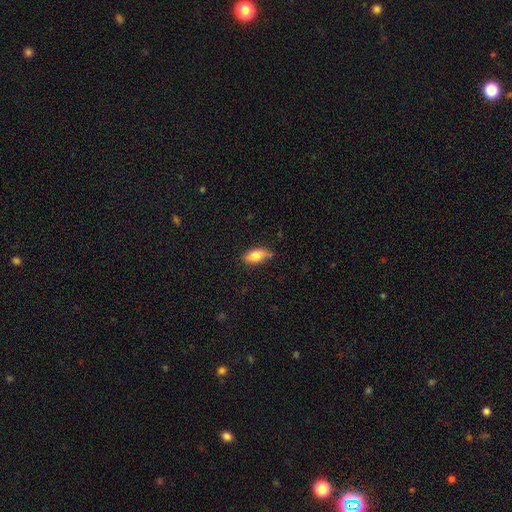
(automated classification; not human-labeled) A smooth galaxy with no disk features (67%) that is in between round and cigar-shaped (78%). Merging: none (71%).